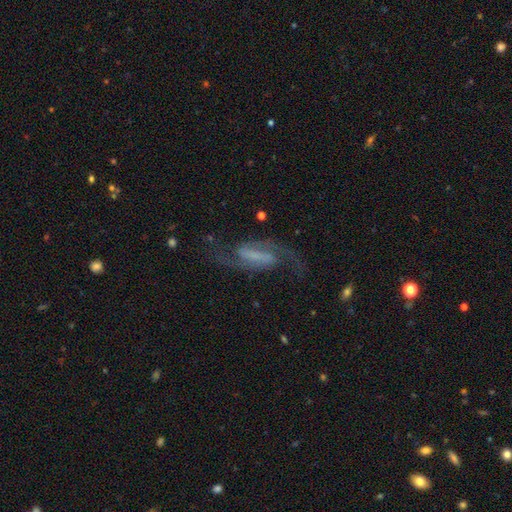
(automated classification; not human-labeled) Smooth or featured? featured or disk (89%)
Edge-on disk? no (96%)
Bar? strong (53%)
Spiral arms? yes (97%)
Spiral winding? medium (49%)
Spiral arm count? 2 (94%)
Bulge size? none (53%)
Merging? none (76%)